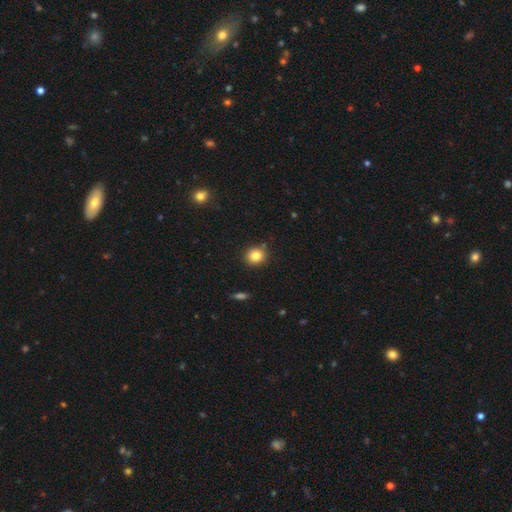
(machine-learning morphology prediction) type=smooth (83%); roundness=round (81%); merging=none (84%).